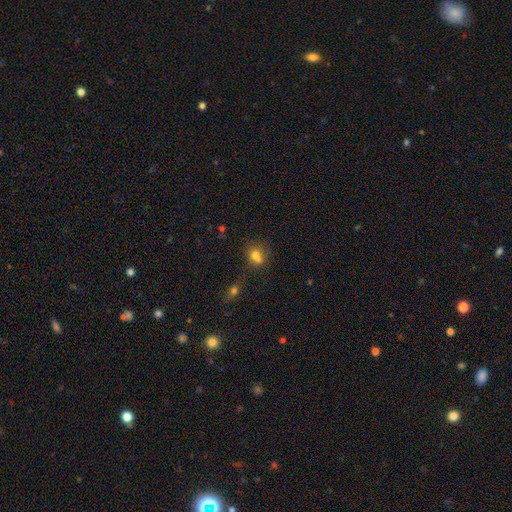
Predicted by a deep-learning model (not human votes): Smooth or featured? Predicted: smooth (p=0.72). How rounded? Predicted: round (p=0.60). Merging? Predicted: none (p=0.41).